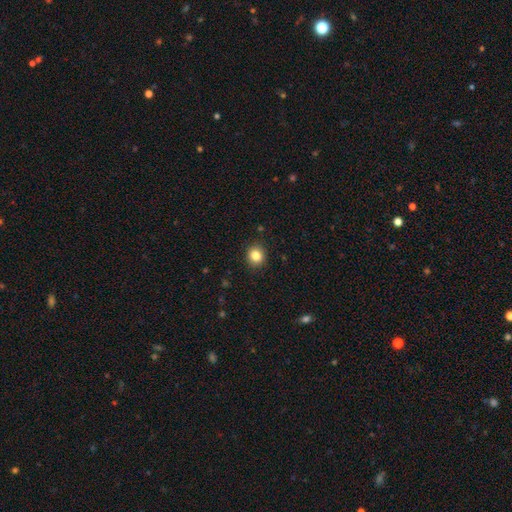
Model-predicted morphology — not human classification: type=smooth (84%); roundness=round (81%); merging=none (90%).